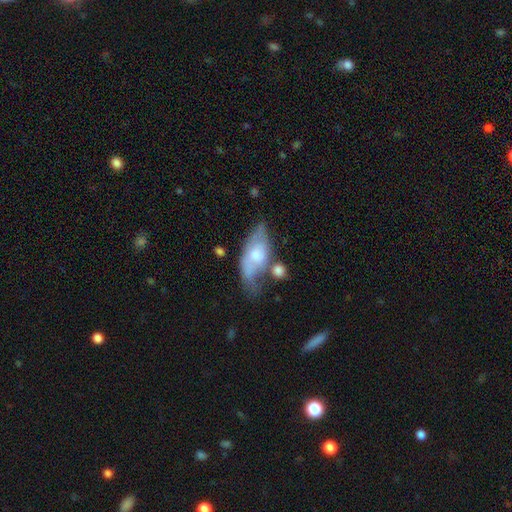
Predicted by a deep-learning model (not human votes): smooth_or_featured: smooth (p=0.49) [alt: featured or disk p=0.45]
merging: none (p=0.31) [alt: minor disturbance p=0.28]